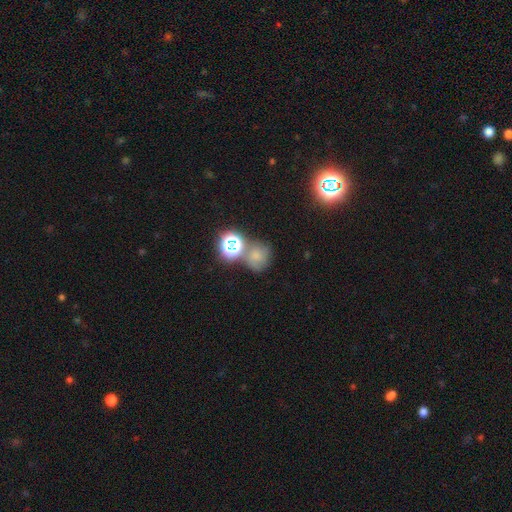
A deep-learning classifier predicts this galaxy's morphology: Q: Smooth or featured?
A: smooth (58%); runner-up: star or artifact (28%)
Q: How rounded?
A: round (79%); runner-up: in between (20%)
Q: Merging?
A: none (50%); runner-up: merger (27%)